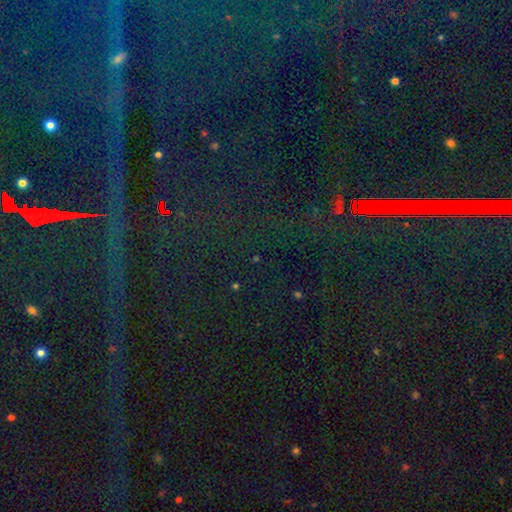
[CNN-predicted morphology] Smooth or featured?
  - star or artifact: 86% *
  - featured or disk: 7%
  - smooth: 7%